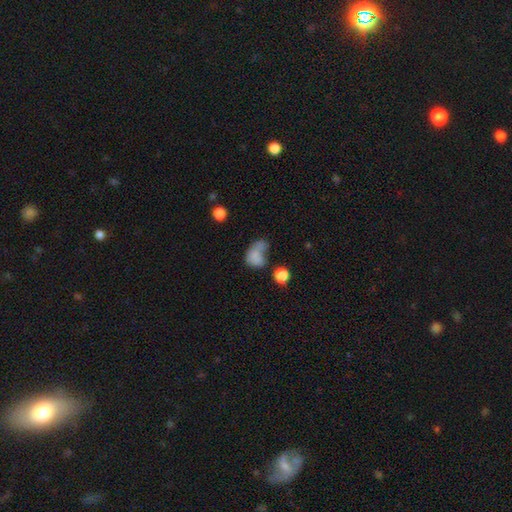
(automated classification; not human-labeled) Q: Smooth or featured?
A: smooth (72%); runner-up: featured or disk (16%)
Q: How rounded?
A: in between (69%); runner-up: round (29%)
Q: Merging?
A: major disturbance (30%); runner-up: merger (26%)